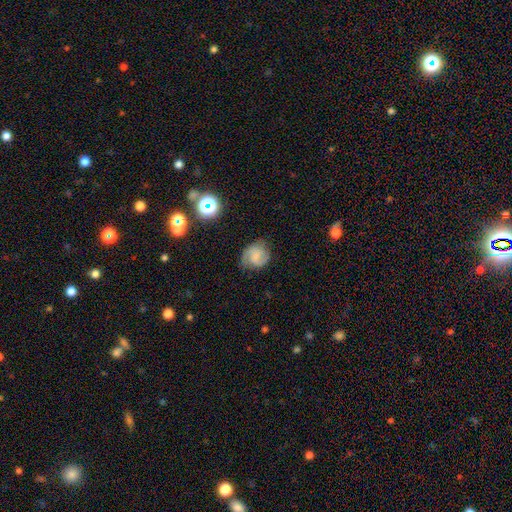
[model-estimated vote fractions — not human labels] Smooth or featured? featured or disk (58%)
Edge-on disk? no (98%)
Bar? no (47%)
Spiral arms? yes (92%)
Spiral winding? medium (48%)
Spiral arm count? 2 (76%)
Bulge size? none (46%)
Merging? none (70%)